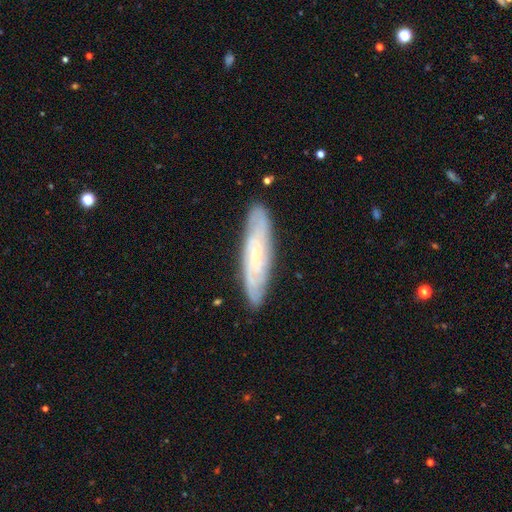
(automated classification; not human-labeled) Smooth or featured?
  - featured or disk: 62% *
  - smooth: 31%
  - star or artifact: 7%
Edge-on disk?
  - no: 63% *
  - yes: 37%
Merging?
  - none: 85% *
  - minor disturbance: 11%
  - major disturbance: 2%
  - merger: 1%